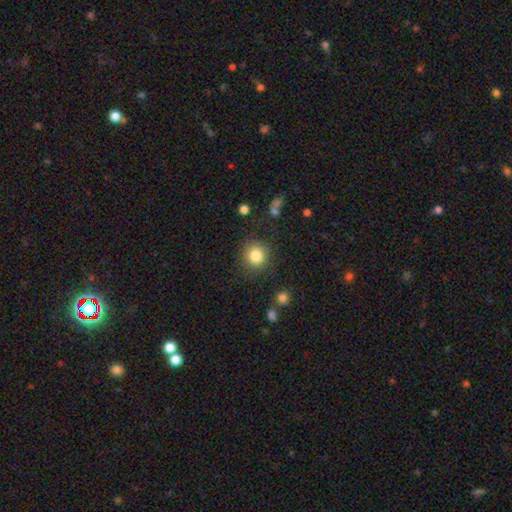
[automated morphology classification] This appears to be a smooth galaxy with no disk features (84%) that is round (91%). Merging: none (85%).